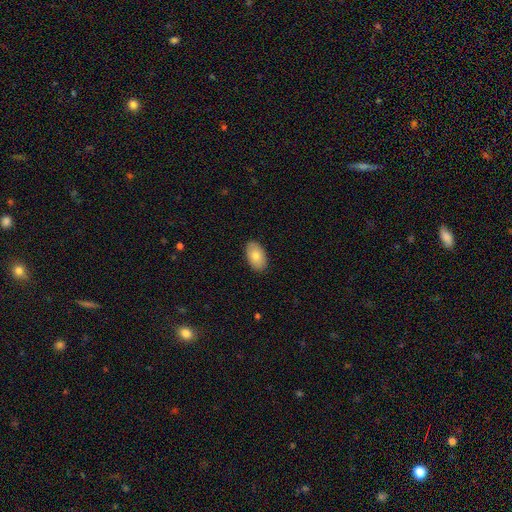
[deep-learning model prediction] This is likely a smooth galaxy (79%). How rounded: clearly in between (93%). Merging: clearly none (89%).